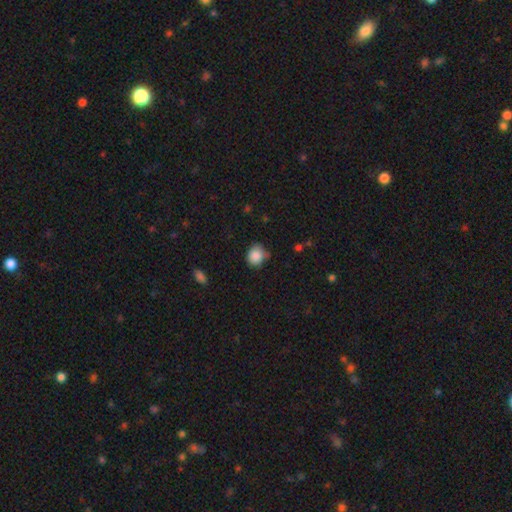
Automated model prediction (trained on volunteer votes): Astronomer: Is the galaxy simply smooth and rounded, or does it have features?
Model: smooth — 86%.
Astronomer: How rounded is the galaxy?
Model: round — 74%.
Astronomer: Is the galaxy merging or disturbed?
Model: none — 62%.